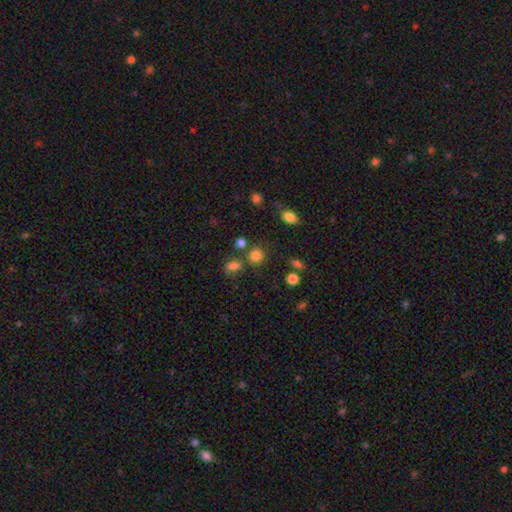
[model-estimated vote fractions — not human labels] Morphology: type=smooth (79%); roundness=round (77%); merging=none (69%).